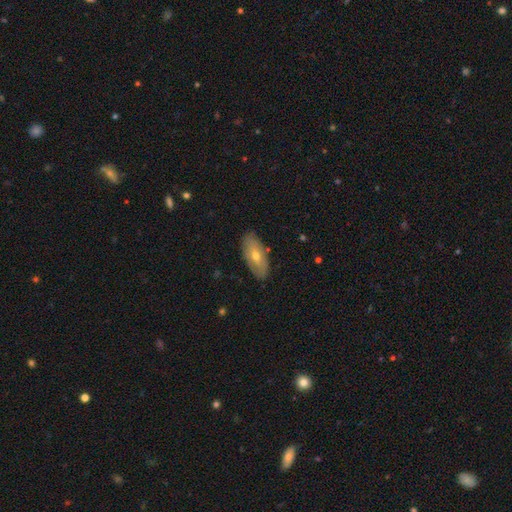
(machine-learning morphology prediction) smooth 51%, featured or disk 42%, star or artifact 7%. Down the decision tree: how rounded — in between (84%); merging — none (85%).